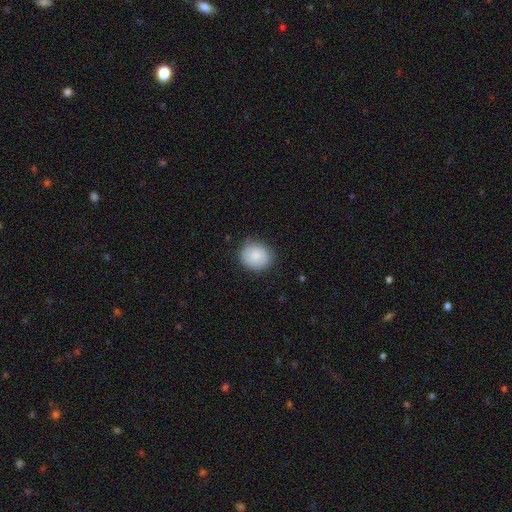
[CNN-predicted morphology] A smooth galaxy with no disk features (81%) that is round (75%).

Vote fractions:
- Smooth or featured? smooth: 81% / featured or disk: 12% / star or artifact: 7%
- How rounded? round: 75% / in between: 24% / cigar-shaped: 1%
- Merging? none: 80% / minor disturbance: 16% / major disturbance: 3% / merger: 1%